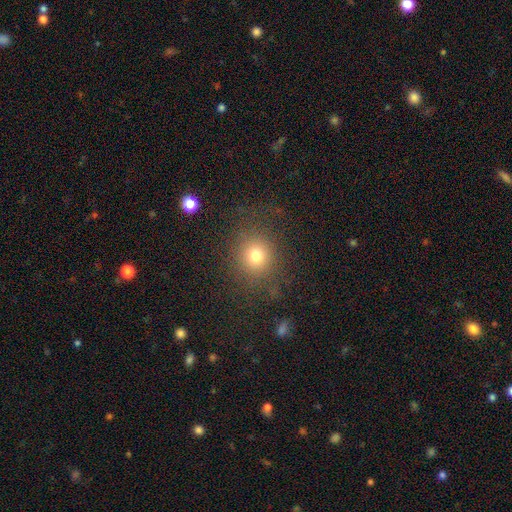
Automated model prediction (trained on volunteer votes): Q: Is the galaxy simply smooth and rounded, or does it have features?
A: smooth — 75%.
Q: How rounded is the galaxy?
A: round — 81%.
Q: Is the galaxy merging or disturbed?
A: none — 79%.